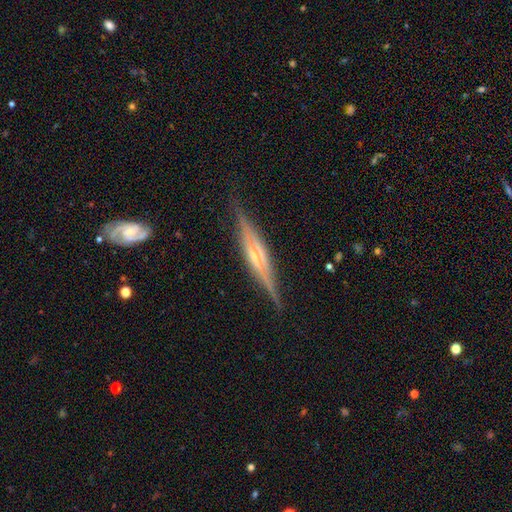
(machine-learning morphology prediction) A featured or disk galaxy (81%) viewed edge-on (95%) with a rounded central bulge (55%). Merging: none (83%).